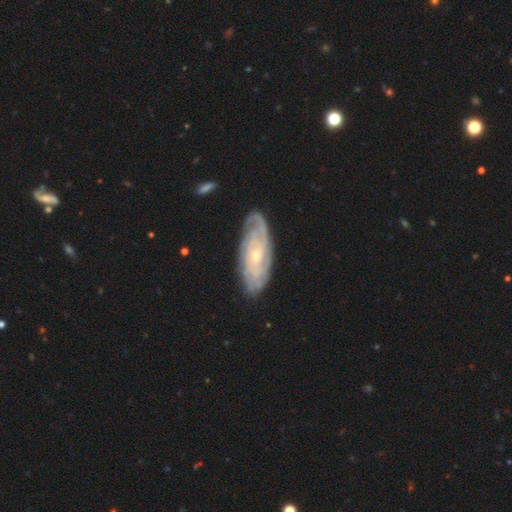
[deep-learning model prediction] smooth-or-featured: featured or disk: 82% | smooth: 12% | star or artifact: 5%
  disk-edge-on: no: 90% | yes: 10%
    bar: no: 71% | weak: 23% | strong: 5%
    has-spiral-arms: yes: 95% | no: 5%
      spiral-winding: tight: 76% | medium: 20% | loose: 4%
      spiral-arm-count: can't tell: 43% | 2: 18% | 3: 15% | 4: 13% | more than 4: 7% | 1: 5%
    bulge-size: small: 68% | moderate: 29% | none: 1% | large: 1% | dominant: 1%
  merging: none: 80% | minor disturbance: 15% | major disturbance: 4% | merger: 1%